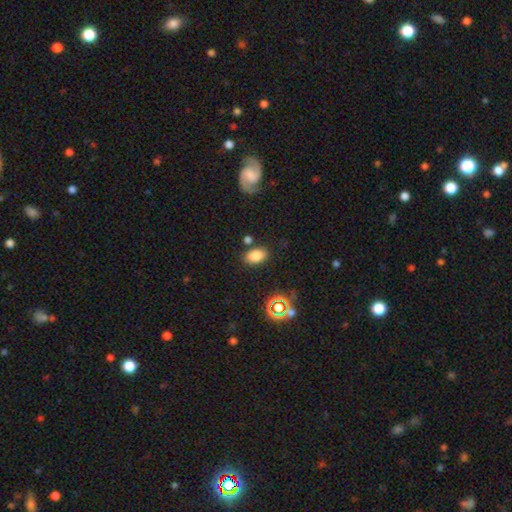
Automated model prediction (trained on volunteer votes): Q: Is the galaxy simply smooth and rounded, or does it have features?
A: smooth — 81%.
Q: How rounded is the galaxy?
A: in between — 87%.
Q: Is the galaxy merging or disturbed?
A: none — 80%.